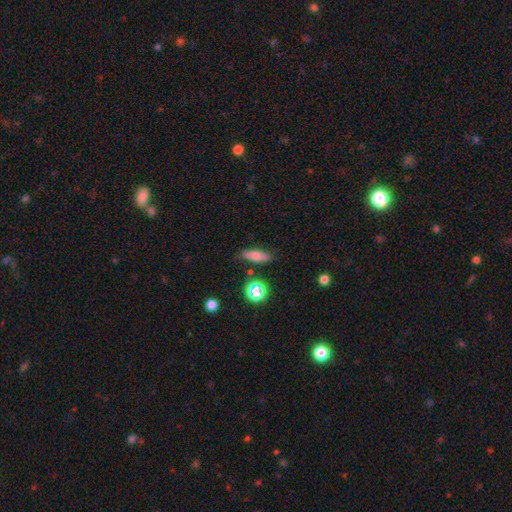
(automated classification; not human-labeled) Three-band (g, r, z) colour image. It shows a smooth galaxy with no disk features (71%) that is in between round and cigar-shaped (59%). Merging: none (79%).